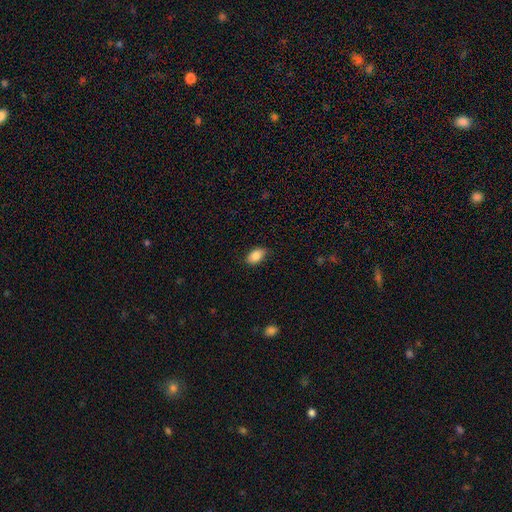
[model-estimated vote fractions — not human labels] The model was most divided on "merging": none: 80%, minor disturbance: 16%, major disturbance: 3%, merger: 1%. More confident: how rounded — in between (90%); smooth or featured — smooth (86%).